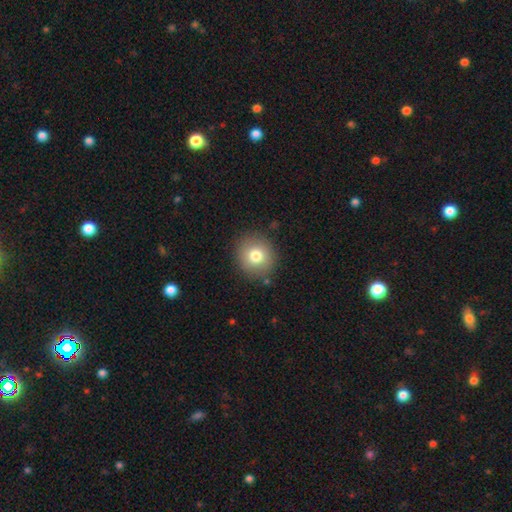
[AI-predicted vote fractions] The model was most divided on "smooth or featured": smooth: 78%, featured or disk: 12%, star or artifact: 10%. More confident: merging — none (86%); how rounded — round (86%).